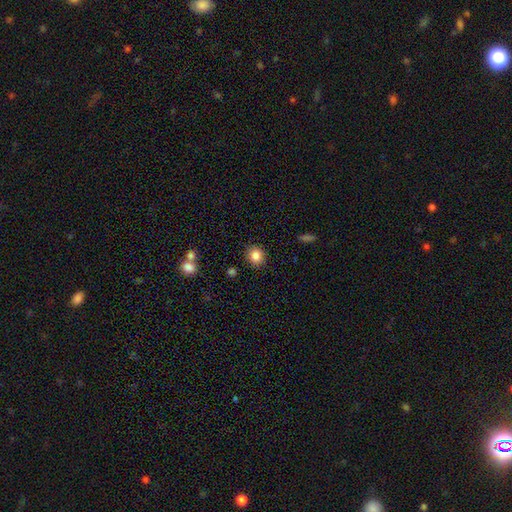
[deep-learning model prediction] This is clearly a smooth galaxy (84%). How rounded: clearly round (83%). Merging: clearly none (88%).